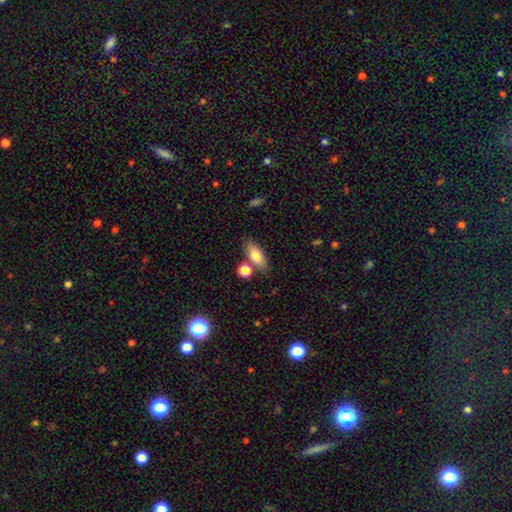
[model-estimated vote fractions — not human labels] Smooth or featured: smooth — 77% (featured or disk — 16%)
How rounded: in between — 77% (cigar-shaped — 18%)
Merging: none — 72% (minor disturbance — 13%)